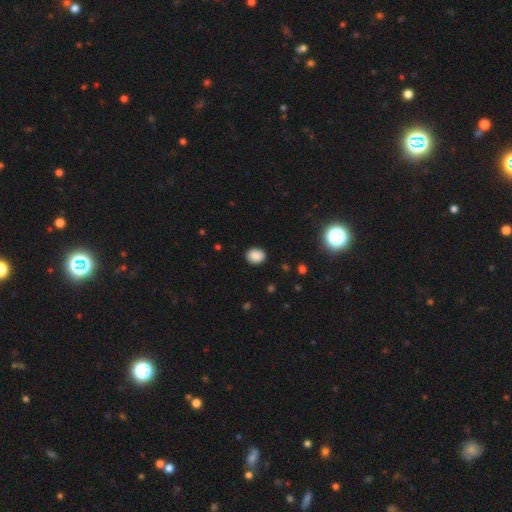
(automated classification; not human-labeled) The model was most divided on "how rounded": round: 50%, in between: 49%, cigar-shaped: 1%. More confident: merging — none (88%); smooth or featured — smooth (88%).